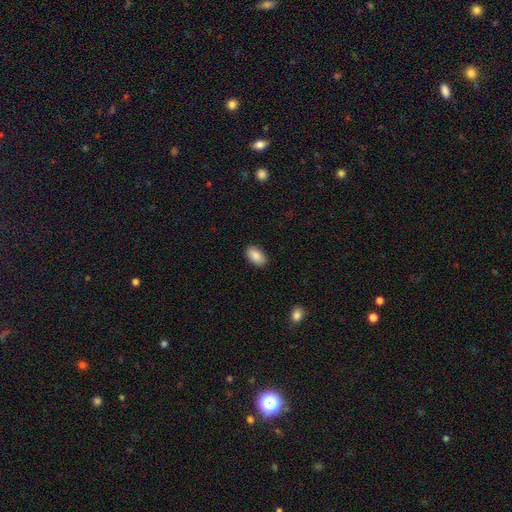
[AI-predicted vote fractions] A smooth galaxy with no disk features (89%) that is in between round and cigar-shaped (94%). Merging: none (89%).